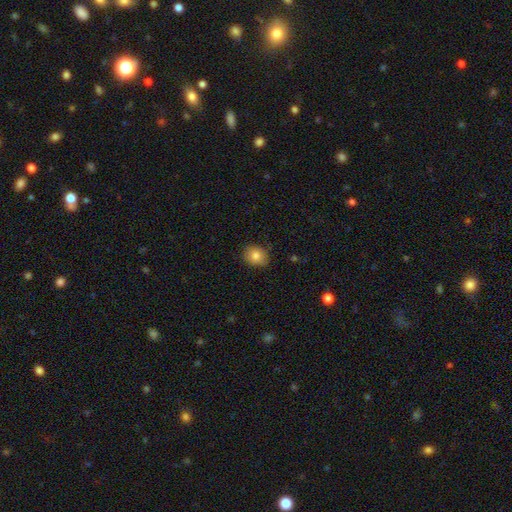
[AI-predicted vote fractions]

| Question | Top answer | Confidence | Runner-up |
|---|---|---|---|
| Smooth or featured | smooth | 82% | star or artifact (9%) |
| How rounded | round | 64% | in between (35%) |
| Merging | none | 85% | minor disturbance (11%) |